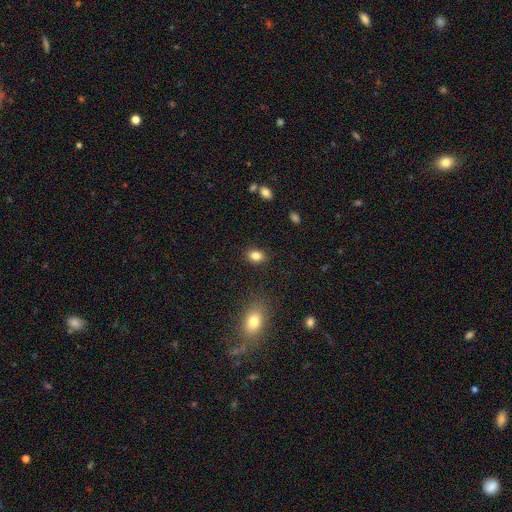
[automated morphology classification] The model was most divided on "how rounded": in between: 74%, round: 25%, cigar-shaped: 1%. More confident: merging — none (86%); smooth or featured — smooth (85%).